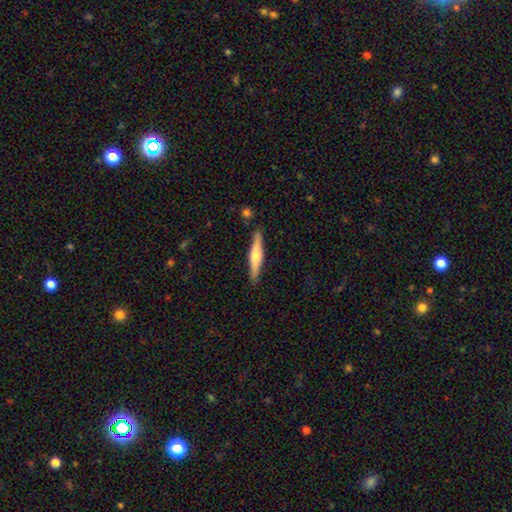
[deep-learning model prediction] Smooth or featured? featured or disk (50%)
Merging? none (88%)